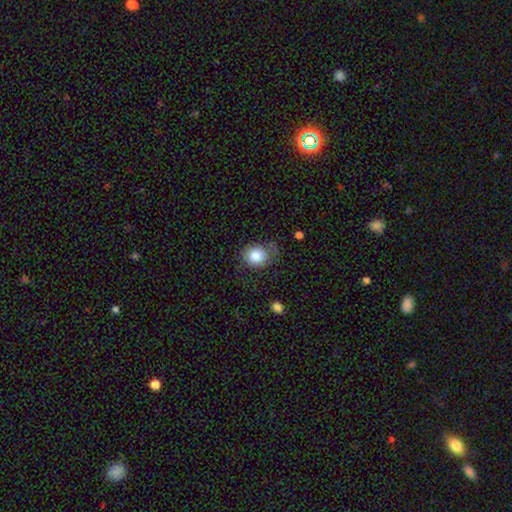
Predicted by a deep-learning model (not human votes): A smooth galaxy with no disk features (84%) that is round (66%). Merging: none (64%).